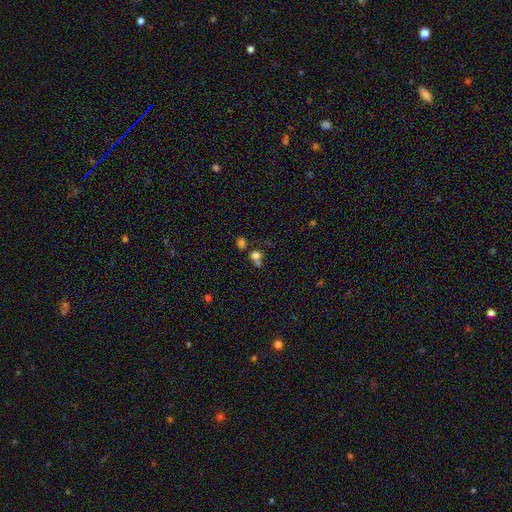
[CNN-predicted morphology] Smooth or featured?
  - smooth: 72% *
  - star or artifact: 18%
  - featured or disk: 10%
How rounded?
  - round: 75% *
  - in between: 24%
  - cigar-shaped: 1%
Merging?
  - none: 46% *
  - merger: 39%
  - minor disturbance: 9%
  - major disturbance: 5%